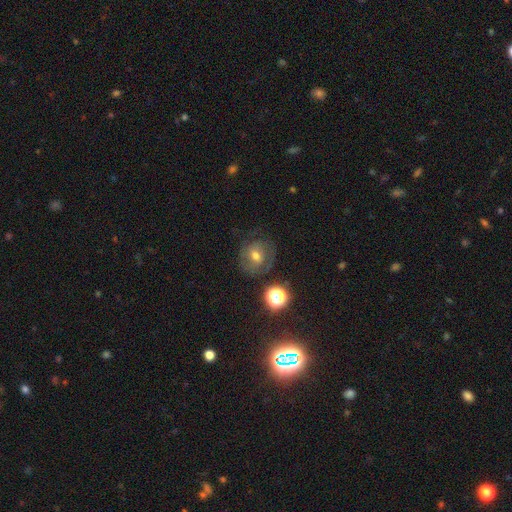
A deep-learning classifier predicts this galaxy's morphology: Smooth or featured? featured or disk (47%)
Merging? none (67%)